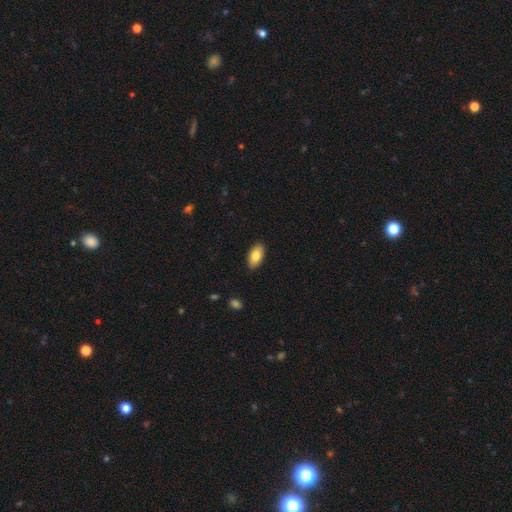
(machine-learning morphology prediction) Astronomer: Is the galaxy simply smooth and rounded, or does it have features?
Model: smooth — 83%.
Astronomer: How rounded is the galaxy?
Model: in between — 94%.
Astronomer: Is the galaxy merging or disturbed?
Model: none — 88%.